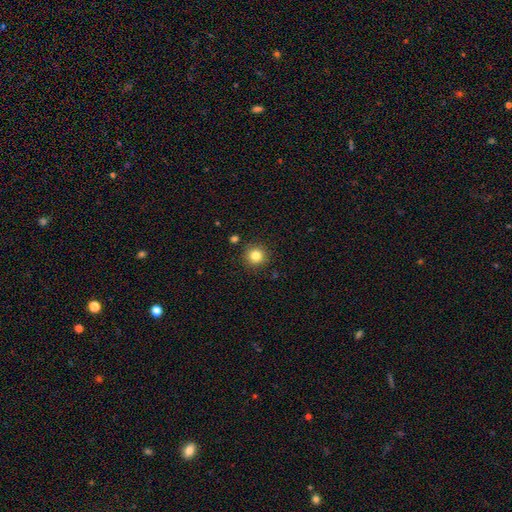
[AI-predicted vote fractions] Morphology: type=smooth (83%); roundness=round (94%); merging=none (89%).